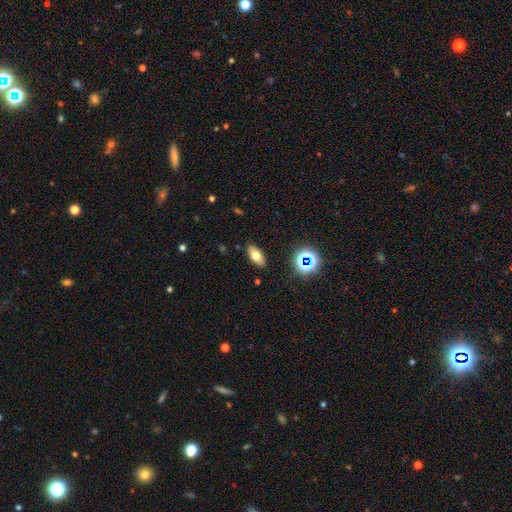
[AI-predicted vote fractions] Smooth or featured? Predicted: smooth (p=0.67). How rounded? Predicted: in between (p=0.85). Merging? Predicted: none (p=0.87).